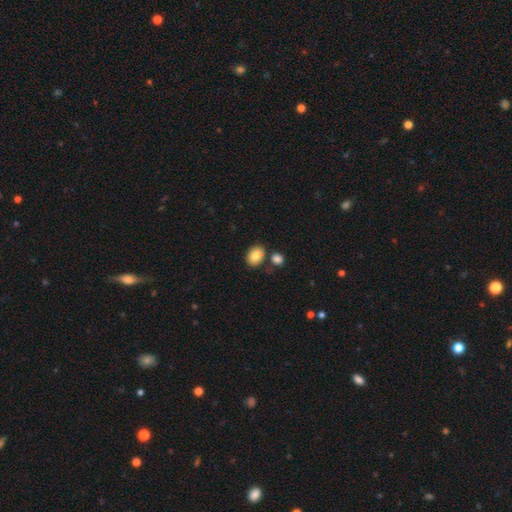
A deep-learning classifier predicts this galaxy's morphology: A smooth galaxy with no disk features (83%) that is in between round and cigar-shaped (70%).

Vote fractions:
- Smooth or featured? smooth: 83% / featured or disk: 9% / star or artifact: 8%
- How rounded? in between: 70% / round: 29% / cigar-shaped: 1%
- Merging? none: 71% / merger: 14% / minor disturbance: 12% / major disturbance: 3%